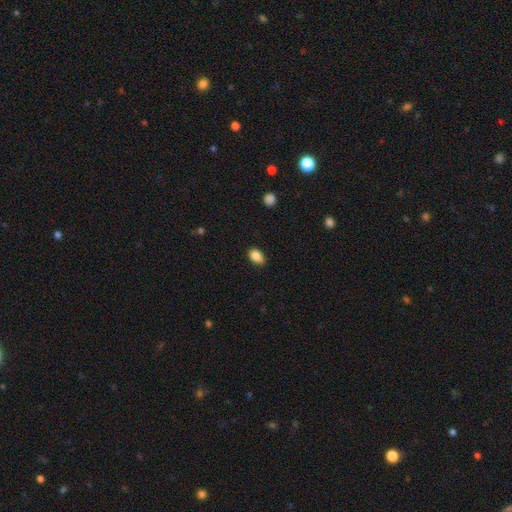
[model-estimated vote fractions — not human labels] smooth 87%, star or artifact 9%, featured or disk 4%. Down the decision tree: how rounded — in between (82%); merging — none (81%).